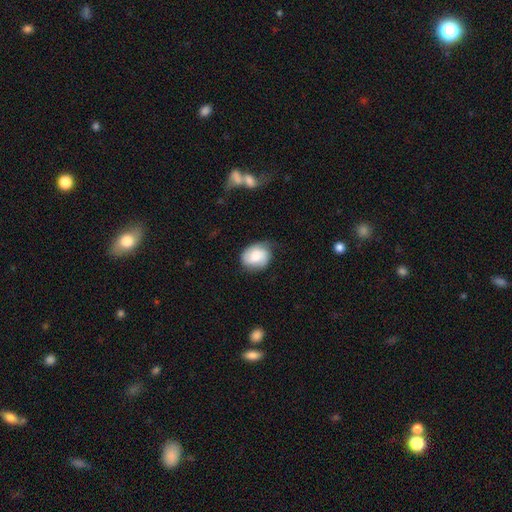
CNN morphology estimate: This appears to be a smooth galaxy with no disk features (62%) that is in between round and cigar-shaped (50%). Merging: none (63%).